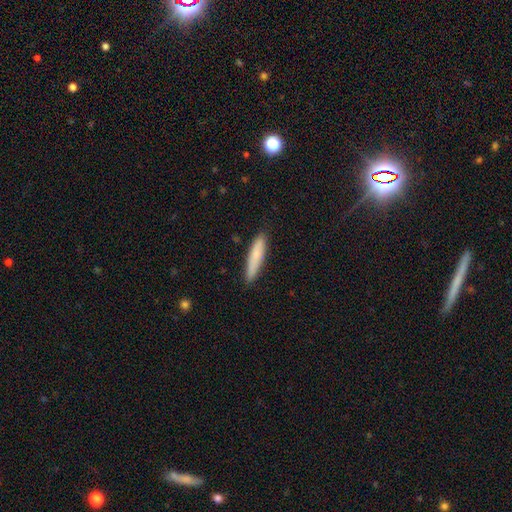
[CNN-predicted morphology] A smooth galaxy with no disk features (78%) that is cigar-shaped (86%).

Vote fractions:
- Smooth or featured? smooth: 78% / featured or disk: 16% / star or artifact: 6%
- How rounded? cigar-shaped: 86% / in between: 12% / round: 1%
- Merging? none: 86% / minor disturbance: 11% / major disturbance: 2% / merger: 1%